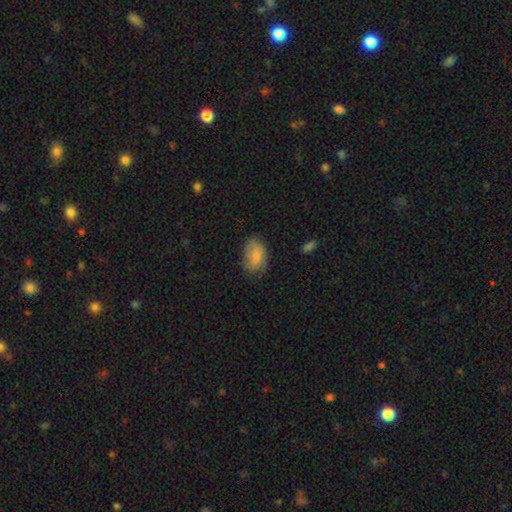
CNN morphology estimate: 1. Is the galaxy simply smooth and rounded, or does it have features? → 78% smooth, 14% featured or disk, 8% star or artifact.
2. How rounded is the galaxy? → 81% in between, 18% round, 1% cigar-shaped.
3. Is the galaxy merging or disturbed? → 64% none, 26% minor disturbance, 8% major disturbance, 2% merger.